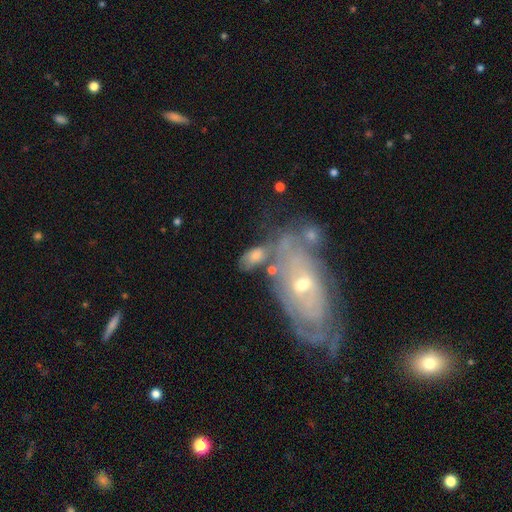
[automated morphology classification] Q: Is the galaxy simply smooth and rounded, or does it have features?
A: smooth — 54%.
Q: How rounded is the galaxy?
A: in between — 87%.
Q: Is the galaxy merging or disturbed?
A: none — 41%.